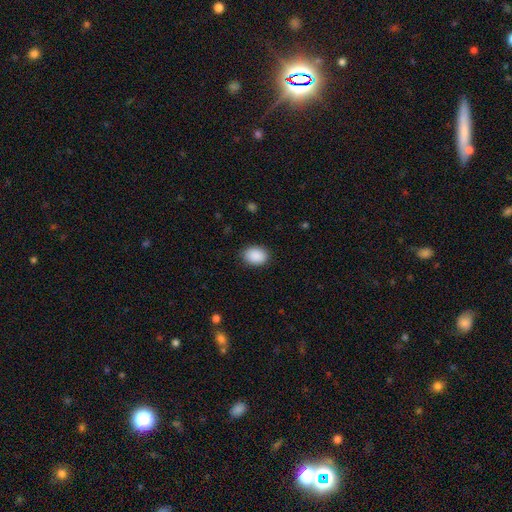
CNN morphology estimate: A smooth galaxy with no disk features (90%) that is in between round and cigar-shaped (72%).

Vote fractions:
- Smooth or featured? smooth: 90% / star or artifact: 7% / featured or disk: 3%
- How rounded? in between: 72% / round: 28% / cigar-shaped: 1%
- Merging? none: 88% / minor disturbance: 9% / major disturbance: 2% / merger: 1%